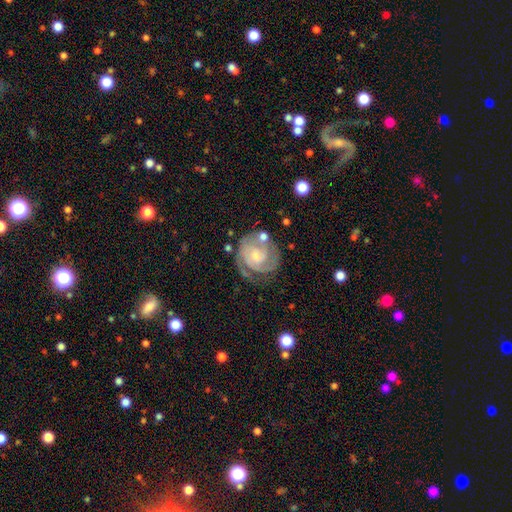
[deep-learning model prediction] Morphology: type=featured or disk (83%); edge-on=no (98%); bar=no (68%); spiral arms=yes (95%); winding=tight (67%); arm count=2 (43%); bulge=small (64%); merging=none (63%).